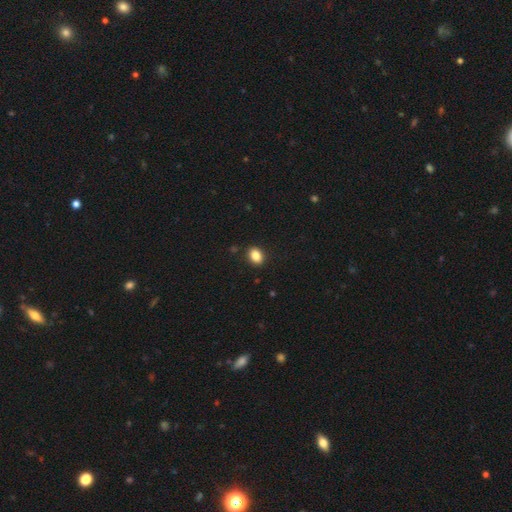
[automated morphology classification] smooth_or_featured: smooth (p=0.85) [alt: star or artifact p=0.09]
how_rounded: in between (p=0.64) [alt: round p=0.34]
merging: none (p=0.90) [alt: minor disturbance p=0.07]